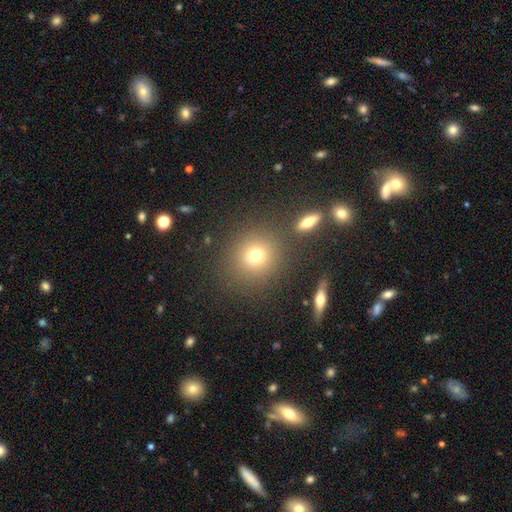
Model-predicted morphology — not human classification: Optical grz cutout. It shows a smooth galaxy with no disk features (73%) that is round (85%). Merging: none (82%).